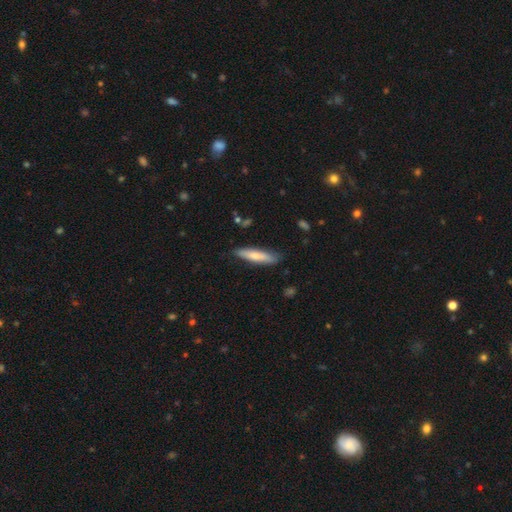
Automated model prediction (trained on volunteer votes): The model was most divided on "smooth or featured": smooth: 70%, featured or disk: 24%, star or artifact: 6%. More confident: merging — none (80%); how rounded — cigar-shaped (80%).